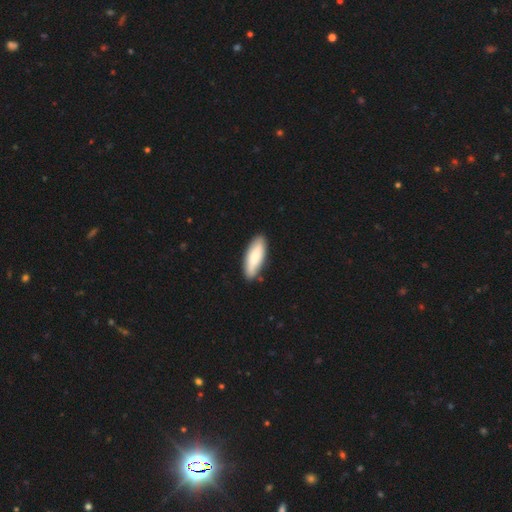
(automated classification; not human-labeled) Smooth or featured? smooth (80%)
How rounded? in between (59%)
Merging? none (83%)